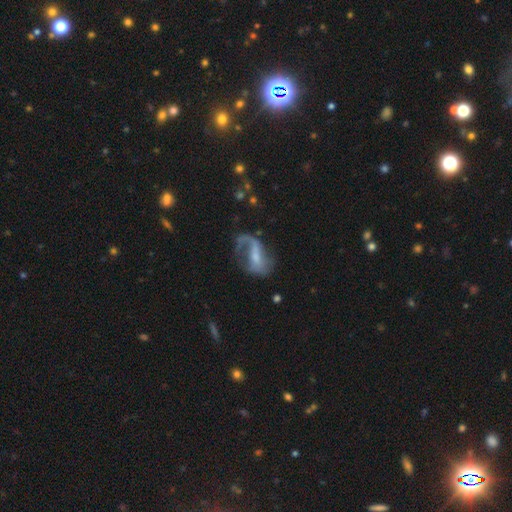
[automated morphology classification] Smooth or featured? Predicted: featured or disk (p=0.73). Edge-on disk? Predicted: no (p=0.96). Bar? Predicted: weak (p=0.46). Spiral arms? Predicted: yes (p=0.82). Spiral winding? Predicted: loose (p=0.61). Spiral arm count? Predicted: 1 (p=0.49). Bulge size? Predicted: small (p=0.42). Merging? Predicted: major disturbance (p=0.40).